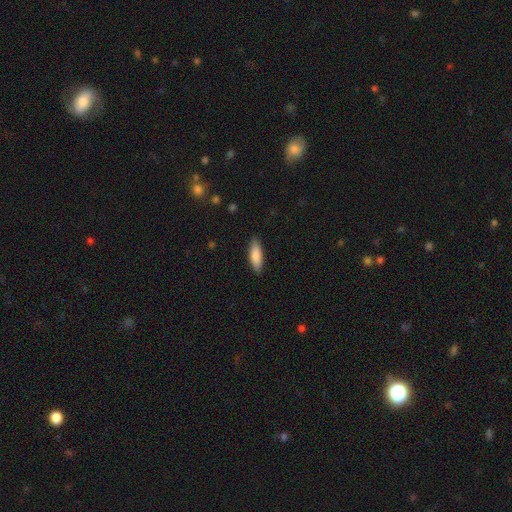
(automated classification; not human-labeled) A smooth galaxy with no disk features (85%) that is in between round and cigar-shaped (52%).

Vote fractions:
- Smooth or featured? smooth: 85% / featured or disk: 9% / star or artifact: 6%
- How rounded? in between: 52% / cigar-shaped: 47% / round: 2%
- Merging? none: 87% / minor disturbance: 10% / major disturbance: 2% / merger: 1%